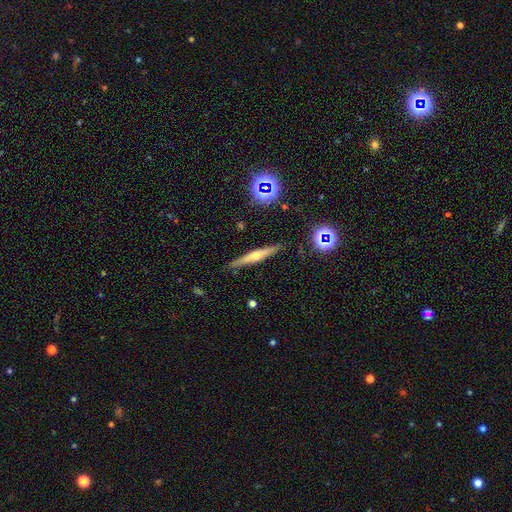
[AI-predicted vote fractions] Q: Smooth or featured?
A: featured or disk (61%); runner-up: smooth (28%)
Q: Edge-on disk?
A: yes (96%); runner-up: no (4%)
Q: Edge-on bulge?
A: rounded (86%); runner-up: none (10%)
Q: Merging?
A: none (88%); runner-up: minor disturbance (9%)